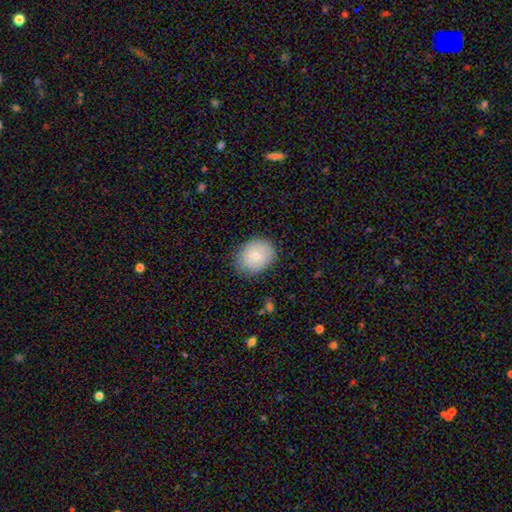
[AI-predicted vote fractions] Smooth or featured? smooth (74%)
How rounded? round (56%)
Merging? none (80%)